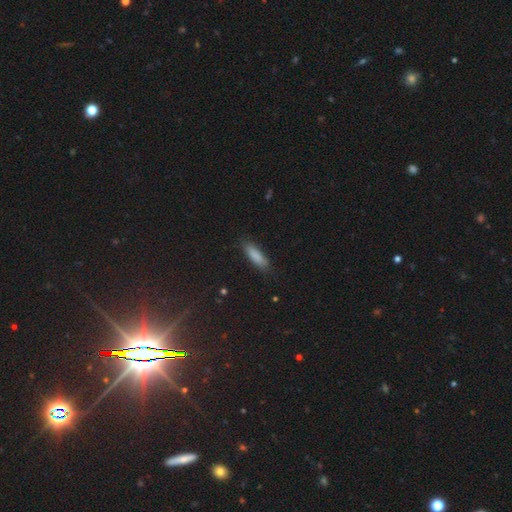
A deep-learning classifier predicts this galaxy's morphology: This is clearly a smooth galaxy (86%). How rounded: possibly cigar-shaped (58%). Merging: clearly none (84%).